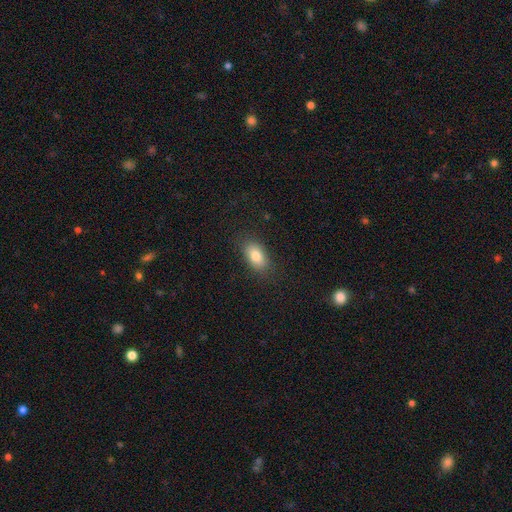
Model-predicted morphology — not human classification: A smooth galaxy with no disk features (82%) that is in between round and cigar-shaped (89%).

Vote fractions:
- Smooth or featured? smooth: 82% / featured or disk: 10% / star or artifact: 8%
- How rounded? in between: 89% / round: 8% / cigar-shaped: 3%
- Merging? none: 85% / minor disturbance: 11% / major disturbance: 3% / merger: 1%